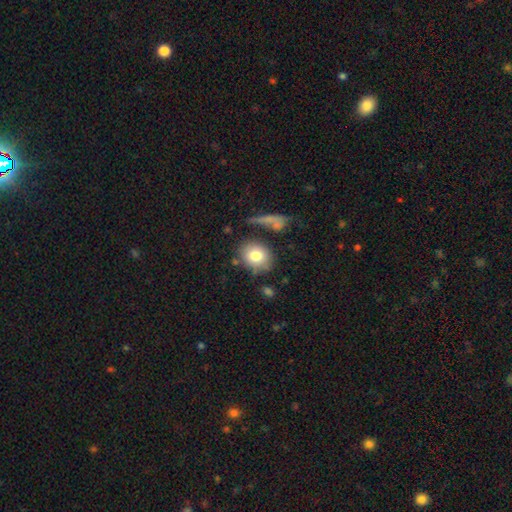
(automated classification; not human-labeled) Q: Smooth or featured?
A: smooth (79%); runner-up: featured or disk (13%)
Q: How rounded?
A: round (55%); runner-up: in between (43%)
Q: Merging?
A: none (72%); runner-up: minor disturbance (15%)